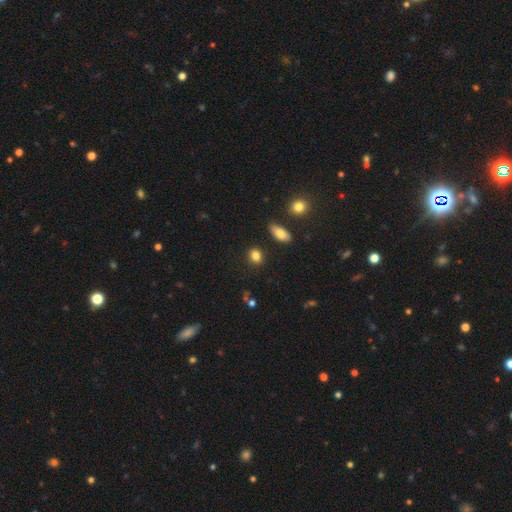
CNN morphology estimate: Smooth or featured? Predicted: smooth (p=0.85). How rounded? Predicted: round (p=0.51). Merging? Predicted: none (p=0.86).